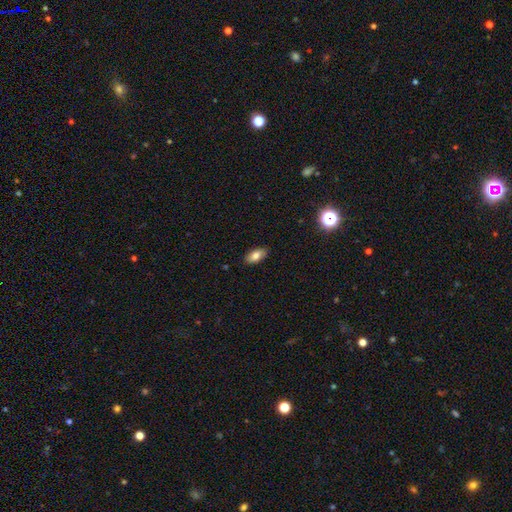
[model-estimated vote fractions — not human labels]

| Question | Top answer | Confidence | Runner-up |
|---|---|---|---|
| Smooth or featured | smooth | 80% | featured or disk (12%) |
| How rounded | in between | 90% | cigar-shaped (6%) |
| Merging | none | 87% | minor disturbance (10%) |